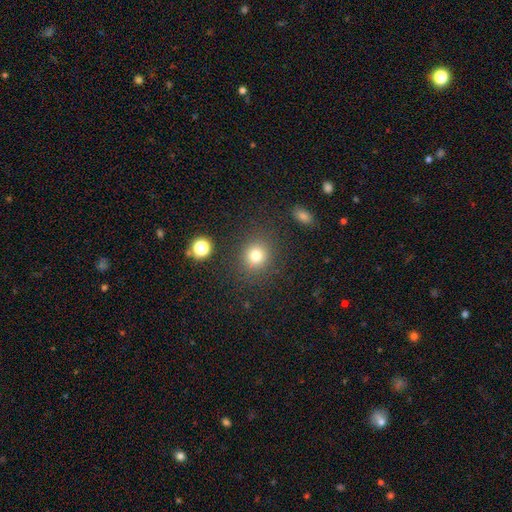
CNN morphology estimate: smooth 79%, star or artifact 14%, featured or disk 7%. Down the decision tree: how rounded — round (85%); merging — none (86%).